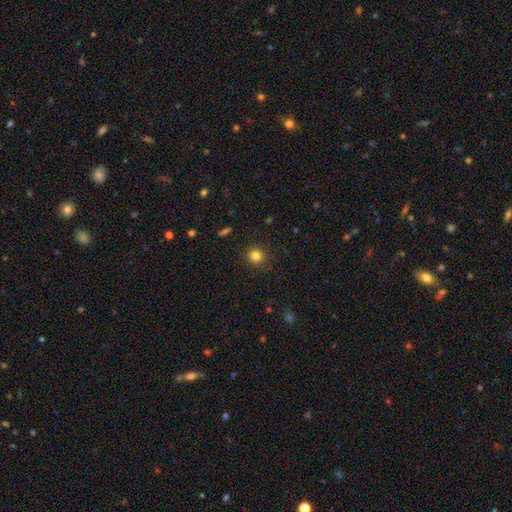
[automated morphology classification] This appears to be a smooth galaxy with no disk features (83%) that is round (92%). Merging: none (89%).